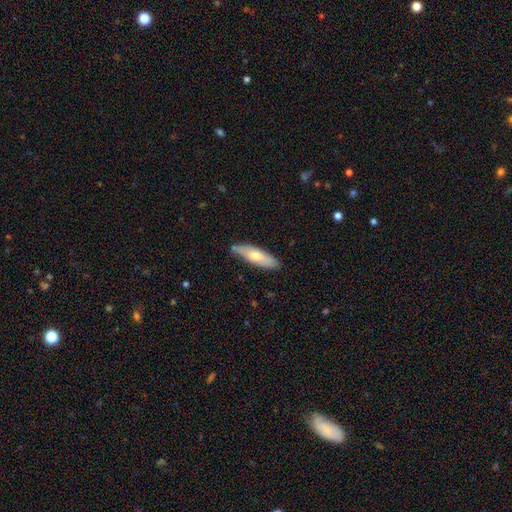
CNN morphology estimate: This appears to be a smooth galaxy with no disk features (61%) that is cigar-shaped (55%). Merging: none (79%).